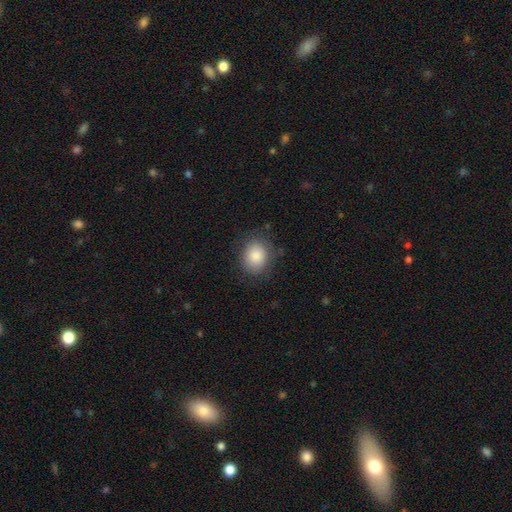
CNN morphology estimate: Smooth or featured? Predicted: smooth (p=0.85). How rounded? Predicted: round (p=0.62). Merging? Predicted: none (p=0.81).